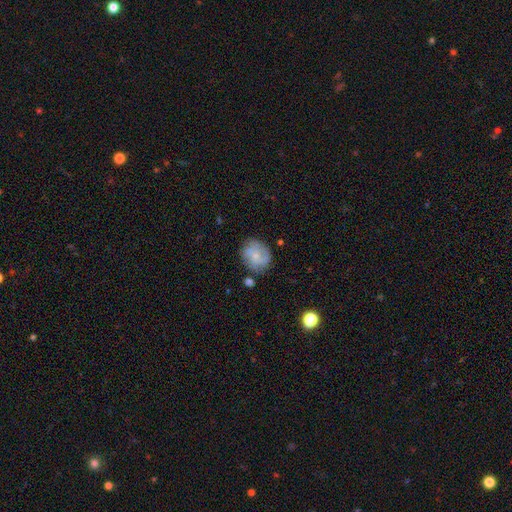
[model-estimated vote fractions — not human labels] This is possibly a featured or disk galaxy (47%). Merging: likely none (65%).